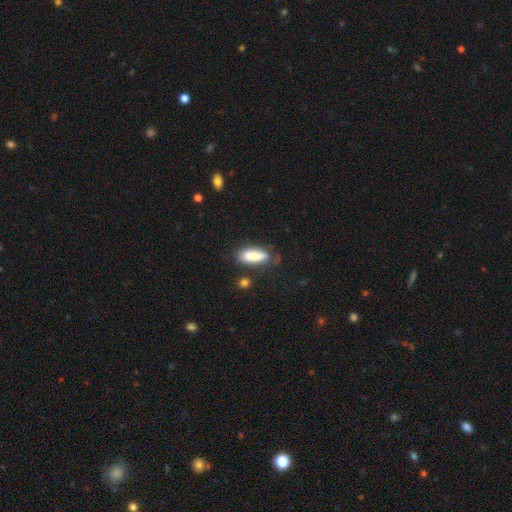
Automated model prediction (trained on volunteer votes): smooth_or_featured: smooth (p=0.81) [alt: featured or disk p=0.13]
how_rounded: in between (p=0.71) [alt: cigar-shaped p=0.27]
merging: none (p=0.63) [alt: minor disturbance p=0.23]